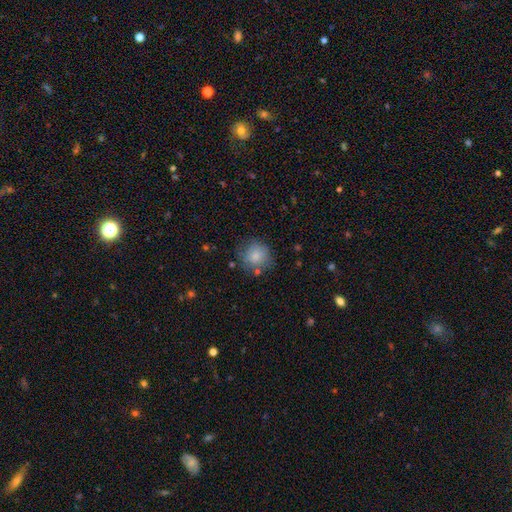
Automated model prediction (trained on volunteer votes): A smooth galaxy with no disk features (82%) that is round (88%).

Vote fractions:
- Smooth or featured? smooth: 82% / featured or disk: 10% / star or artifact: 9%
- How rounded? round: 88% / in between: 11% / cigar-shaped: 1%
- Merging? none: 72% / minor disturbance: 18% / major disturbance: 6% / merger: 4%